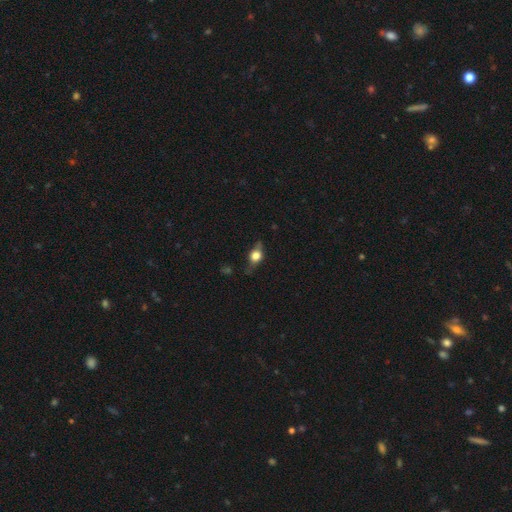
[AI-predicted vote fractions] Smooth or featured? Predicted: smooth (p=0.57). How rounded? Predicted: in between (p=0.51). Merging? Predicted: none (p=0.63).